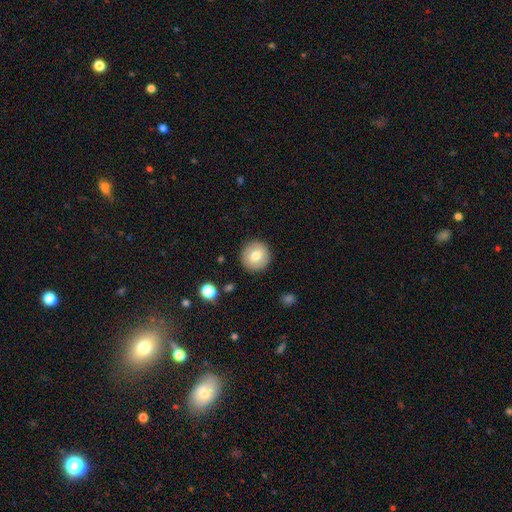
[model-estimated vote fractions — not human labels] Morphology: type=smooth (75%); roundness=round (95%); merging=none (90%).